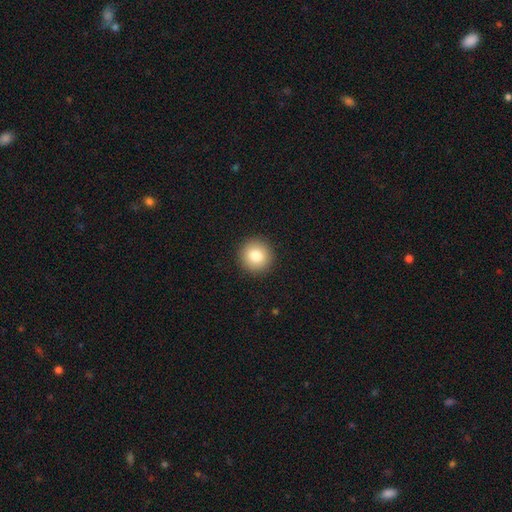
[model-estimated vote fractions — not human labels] smooth_or_featured: smooth (p=0.81) [alt: featured or disk p=0.10]
how_rounded: round (p=0.95) [alt: in between p=0.05]
merging: none (p=0.93) [alt: minor disturbance p=0.05]